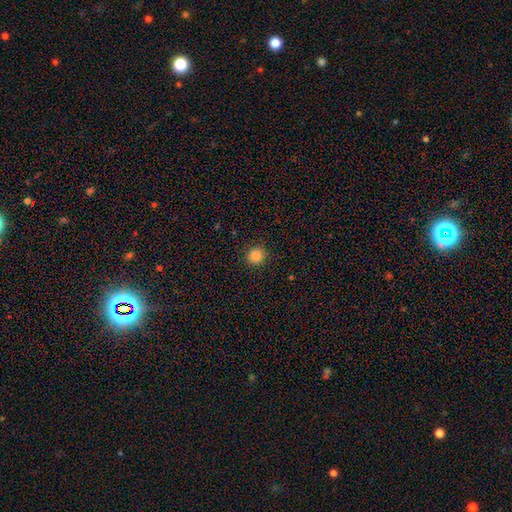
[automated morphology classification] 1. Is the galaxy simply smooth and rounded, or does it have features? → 84% smooth, 11% star or artifact, 4% featured or disk.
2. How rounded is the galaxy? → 93% round, 7% in between, 1% cigar-shaped.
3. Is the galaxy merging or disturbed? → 91% none, 6% minor disturbance, 2% major disturbance, 1% merger.